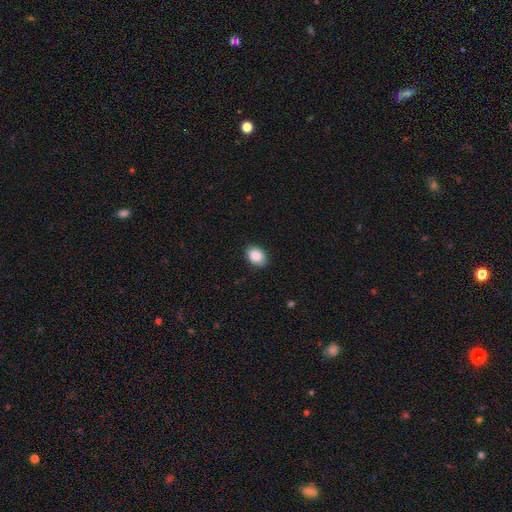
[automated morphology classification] smooth 88%, star or artifact 7%, featured or disk 4%. Down the decision tree: how rounded — in between (78%); merging — none (88%).